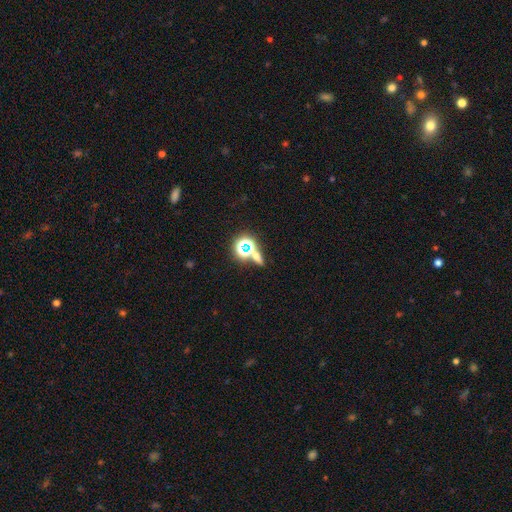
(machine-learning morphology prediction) Q: Smooth or featured?
A: star or artifact (47%); runner-up: smooth (39%)